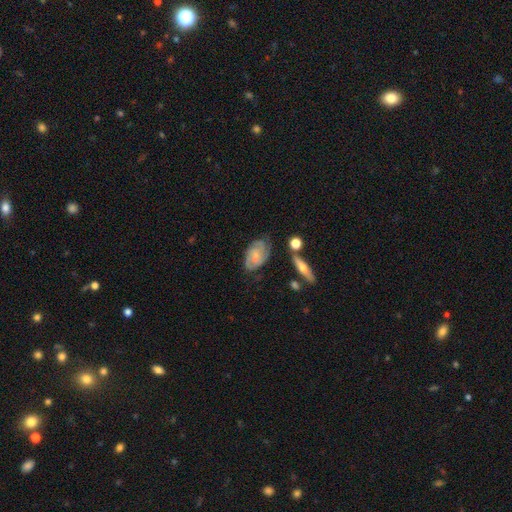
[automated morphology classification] This is likely a featured or disk galaxy (73%). It is clearly not viewed edge-on (96%). Bar: possibly no (55%). Spiral arm pattern: clearly yes (94%). Spiral arm count: possibly 2 (49%). Spiral winding: possibly tight (52%). Central bulge: possibly small (51%). Merging: likely none (68%).